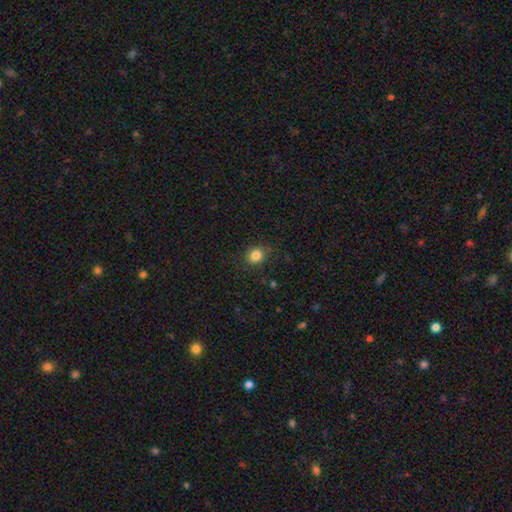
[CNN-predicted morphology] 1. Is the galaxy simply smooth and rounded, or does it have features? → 84% smooth, 12% star or artifact, 5% featured or disk.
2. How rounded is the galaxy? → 83% round, 16% in between, 1% cigar-shaped.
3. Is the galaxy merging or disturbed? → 89% none, 8% minor disturbance, 3% major disturbance, 1% merger.